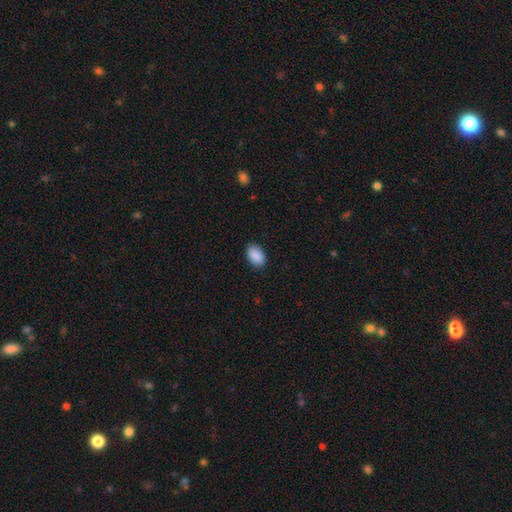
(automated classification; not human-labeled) Smooth or featured? smooth (91%)
How rounded? in between (90%)
Merging? none (87%)